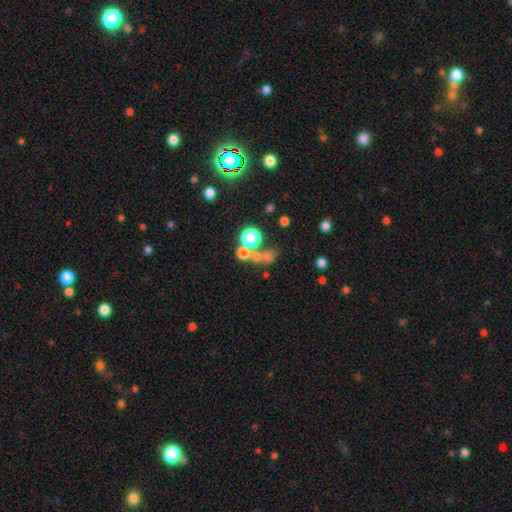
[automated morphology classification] smooth 46%, star or artifact 38%, featured or disk 16%. Down the decision tree: merging — none (46%).